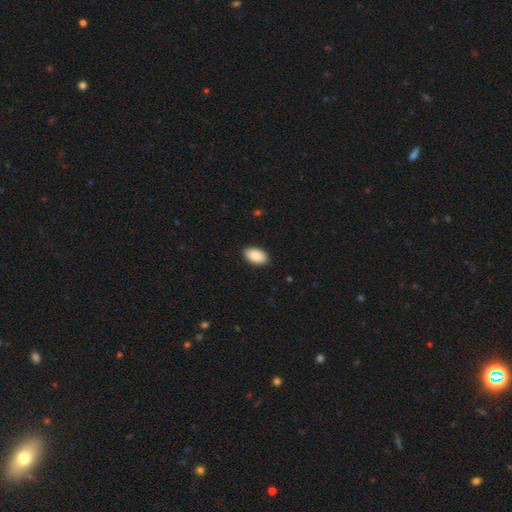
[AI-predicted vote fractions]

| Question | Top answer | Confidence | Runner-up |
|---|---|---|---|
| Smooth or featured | smooth | 88% | star or artifact (6%) |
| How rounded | in between | 95% | round (4%) |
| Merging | none | 90% | minor disturbance (7%) |